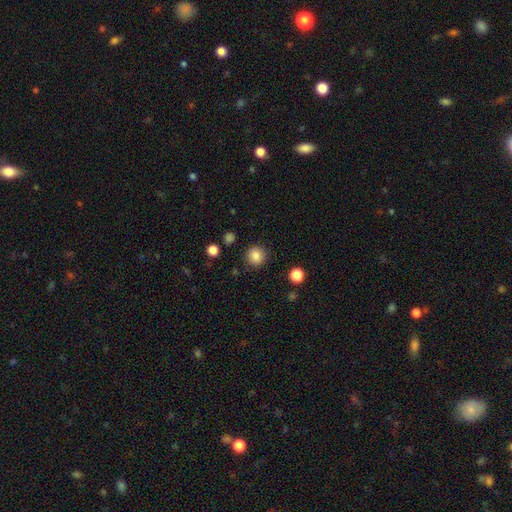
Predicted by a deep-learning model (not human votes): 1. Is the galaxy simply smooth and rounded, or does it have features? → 85% smooth, 11% star or artifact, 5% featured or disk.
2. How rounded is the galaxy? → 90% round, 9% in between, 1% cigar-shaped.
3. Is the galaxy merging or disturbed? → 89% none, 7% minor disturbance, 3% major disturbance, 2% merger.